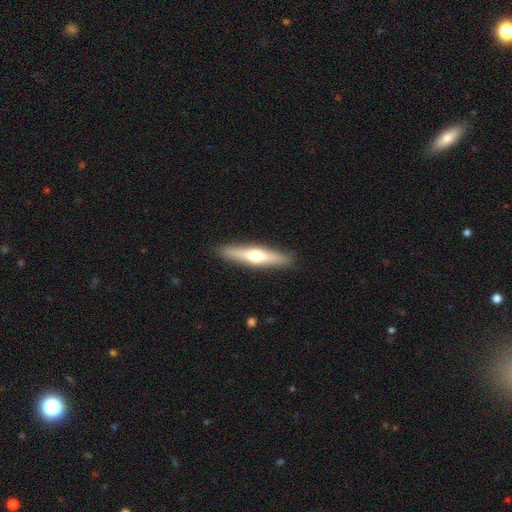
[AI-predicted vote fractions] smooth_or_featured: featured or disk (p=0.52) [alt: smooth p=0.43]
disk_edge_on: yes (p=0.92) [alt: no p=0.08]
merging: none (p=0.90) [alt: minor disturbance p=0.07]